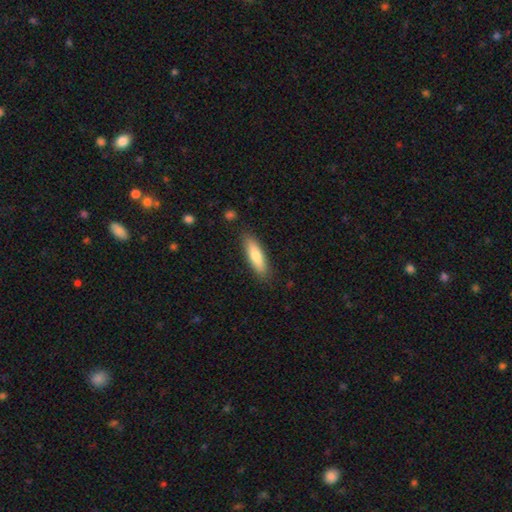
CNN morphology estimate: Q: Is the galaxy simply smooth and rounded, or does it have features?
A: smooth — 77%.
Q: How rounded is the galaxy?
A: cigar-shaped — 63%.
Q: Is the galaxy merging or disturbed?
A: none — 87%.